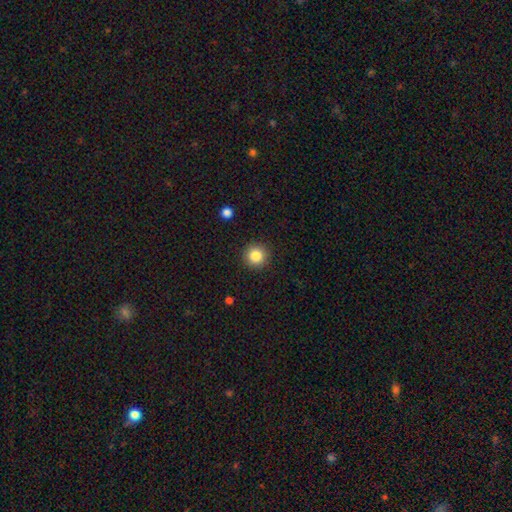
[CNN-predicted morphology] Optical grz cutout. It shows a smooth galaxy with no disk features (85%) that is round (95%). Merging: none (91%).